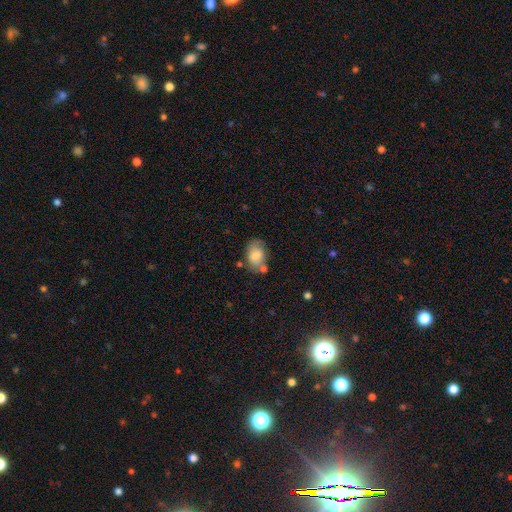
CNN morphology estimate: A smooth galaxy with no disk features (75%) that is in between round and cigar-shaped (82%).

Vote fractions:
- Smooth or featured? smooth: 75% / featured or disk: 17% / star or artifact: 8%
- How rounded? in between: 82% / round: 17% / cigar-shaped: 1%
- Merging? none: 58% / minor disturbance: 24% / merger: 11% / major disturbance: 7%